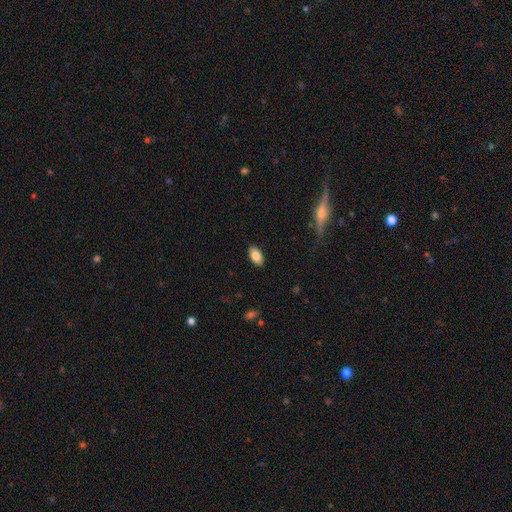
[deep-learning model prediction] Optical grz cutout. It shows a smooth galaxy with no disk features (84%) that is in between round and cigar-shaped (94%). Merging: none (88%).